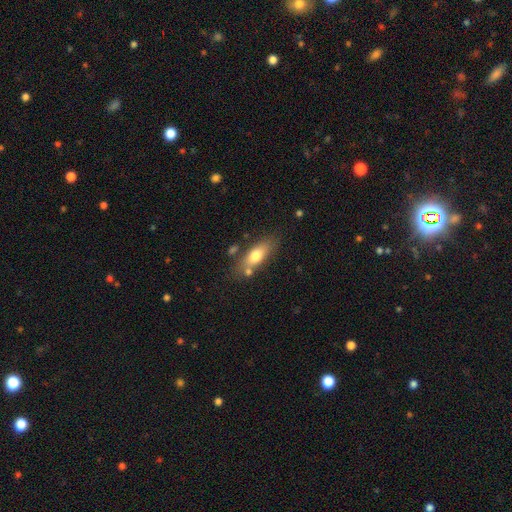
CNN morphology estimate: smooth_or_featured: smooth (p=0.69) [alt: featured or disk p=0.24]
how_rounded: in between (p=0.69) [alt: cigar-shaped p=0.26]
merging: none (p=0.69) [alt: minor disturbance p=0.16]